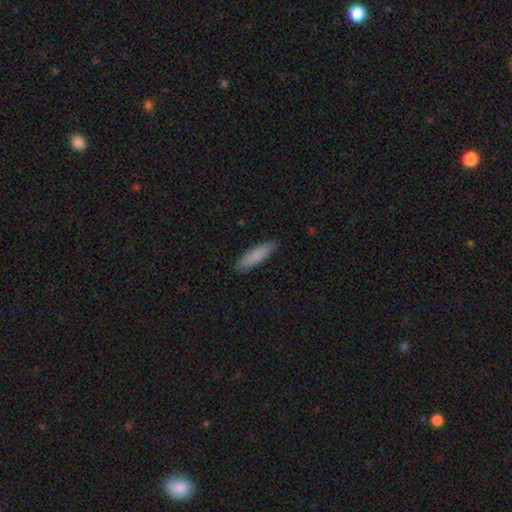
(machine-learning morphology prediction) The model was most divided on "how rounded": cigar-shaped: 65%, in between: 34%, round: 1%. More confident: merging — none (88%); smooth or featured — smooth (85%).